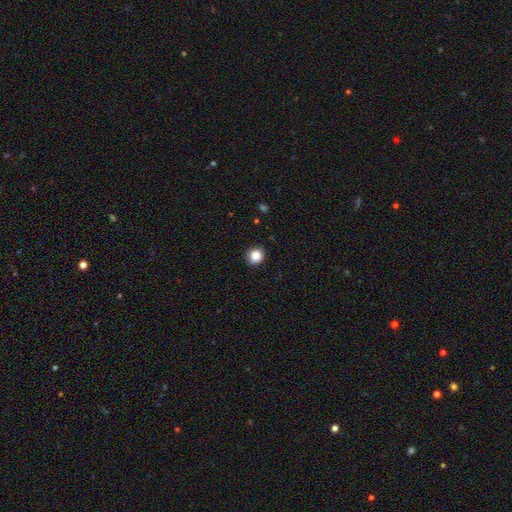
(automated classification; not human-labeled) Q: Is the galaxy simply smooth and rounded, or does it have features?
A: smooth — 86%.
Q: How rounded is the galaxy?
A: round — 86%.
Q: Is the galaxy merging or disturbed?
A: none — 90%.